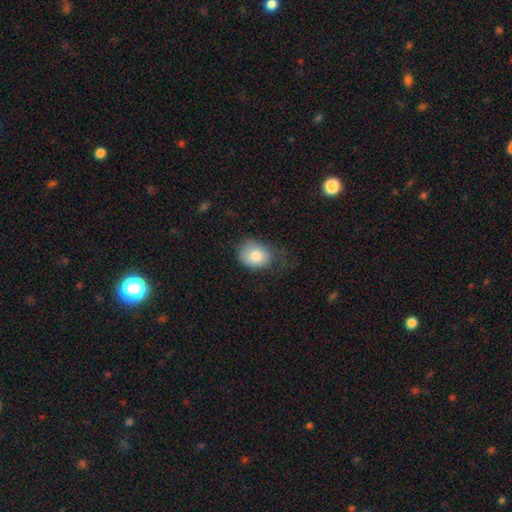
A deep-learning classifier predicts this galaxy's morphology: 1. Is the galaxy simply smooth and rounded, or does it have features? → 82% smooth, 11% featured or disk, 8% star or artifact.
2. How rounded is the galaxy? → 50% in between, 49% round, 1% cigar-shaped.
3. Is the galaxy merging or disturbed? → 48% none, 32% minor disturbance, 18% major disturbance, 2% merger.